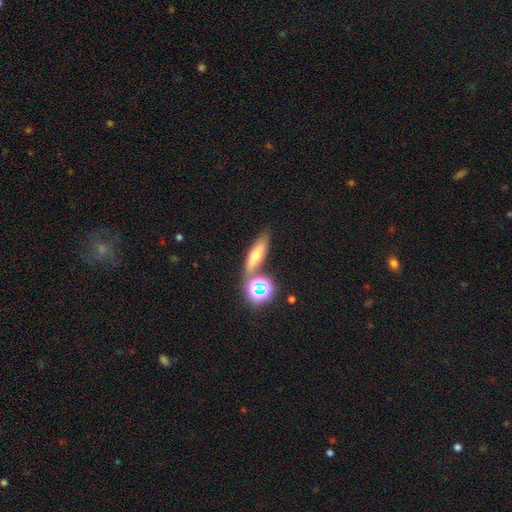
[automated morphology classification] Overall: smooth (52%; featured or disk 24%). How rounded: cigar-shaped (46%; in between 40%). Merging: none (71%).